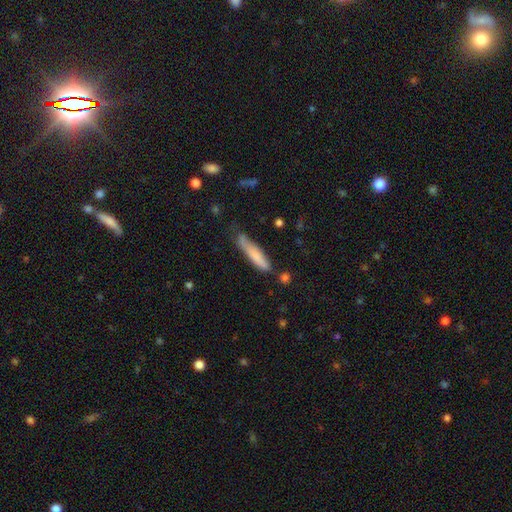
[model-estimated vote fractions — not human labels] Smooth or featured?
  - smooth: 77% *
  - featured or disk: 17%
  - star or artifact: 6%
How rounded?
  - cigar-shaped: 87% *
  - in between: 12%
  - round: 1%
Merging?
  - none: 57% *
  - minor disturbance: 30%
  - major disturbance: 8%
  - merger: 5%